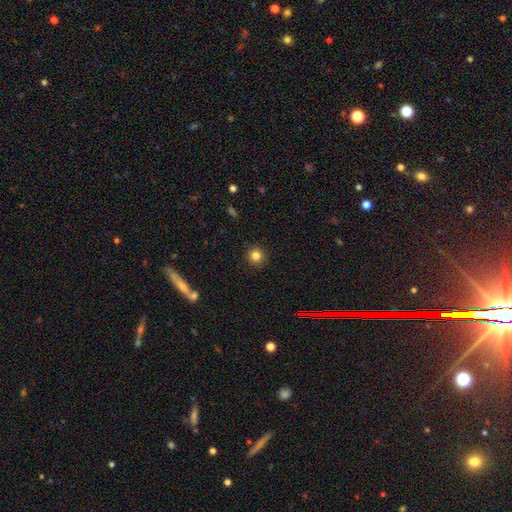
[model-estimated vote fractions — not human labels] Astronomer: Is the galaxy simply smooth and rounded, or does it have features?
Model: smooth — 82%.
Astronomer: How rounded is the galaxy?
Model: round — 94%.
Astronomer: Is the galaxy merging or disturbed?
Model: none — 91%.